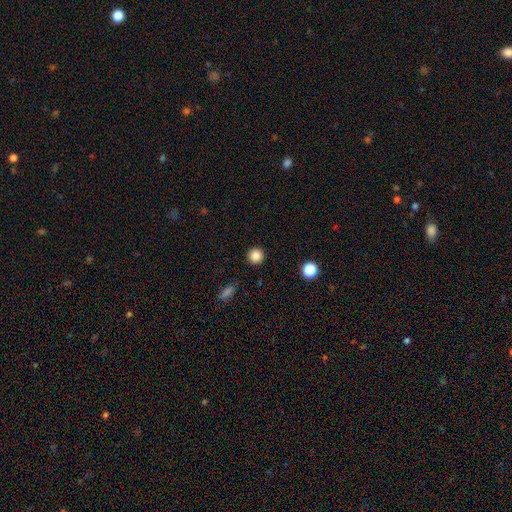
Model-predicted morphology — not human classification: Smooth or featured: smooth — 85% (star or artifact — 11%)
How rounded: round — 94% (in between — 5%)
Merging: none — 92% (minor disturbance — 5%)